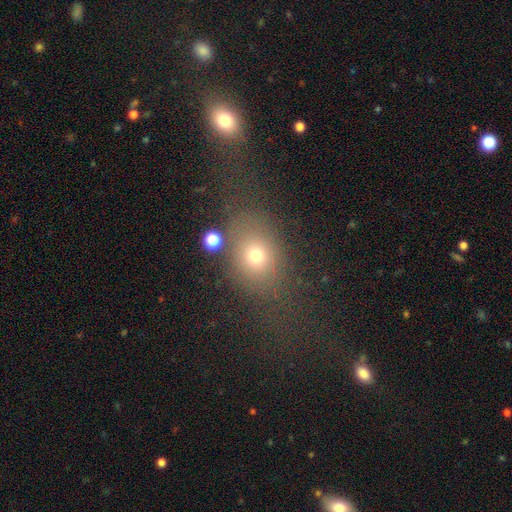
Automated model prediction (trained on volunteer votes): smooth-or-featured: smooth: 70% | star or artifact: 17% | featured or disk: 13%
  how-rounded: in between: 52% | round: 46% | cigar-shaped: 2%
  merging: none: 66% | minor disturbance: 15% | major disturbance: 13% | merger: 6%